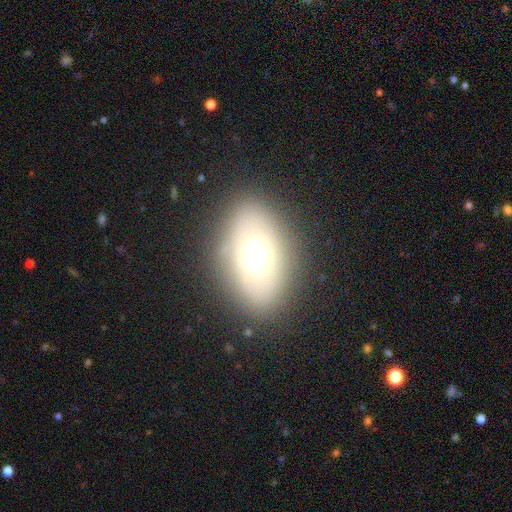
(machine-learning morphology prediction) This appears to be a smooth galaxy with no disk features (59%) that is in between round and cigar-shaped (83%). Merging: none (81%).